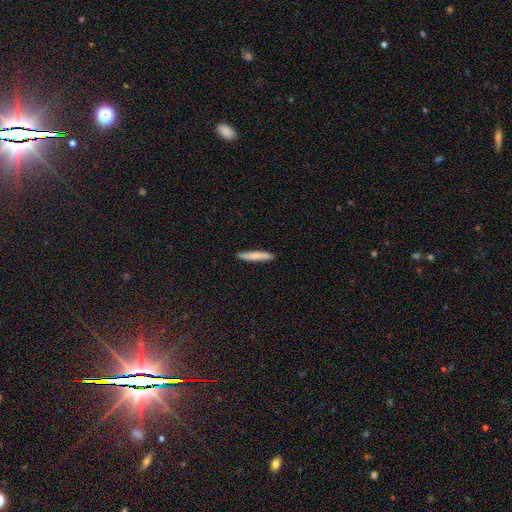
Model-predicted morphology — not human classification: smooth-or-featured: smooth: 73% | featured or disk: 21% | star or artifact: 6%
  how-rounded: cigar-shaped: 94% | in between: 5% | round: 1%
  merging: none: 89% | minor disturbance: 8% | major disturbance: 1% | merger: 1%